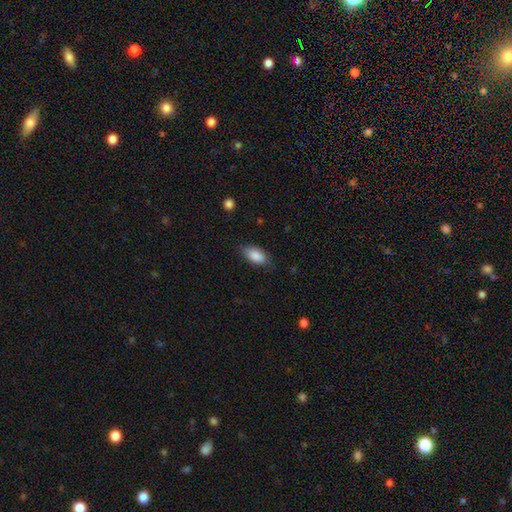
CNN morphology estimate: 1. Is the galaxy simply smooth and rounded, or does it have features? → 87% smooth, 7% featured or disk, 7% star or artifact.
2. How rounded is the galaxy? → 91% in between, 6% cigar-shaped, 3% round.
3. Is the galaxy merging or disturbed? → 74% none, 21% minor disturbance, 4% major disturbance, 1% merger.